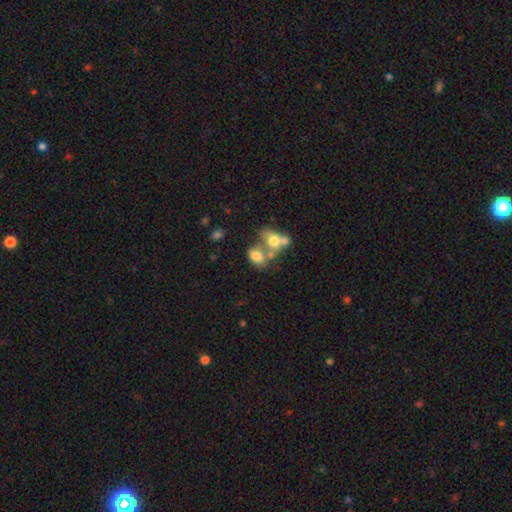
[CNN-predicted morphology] Overall: smooth (67%). How rounded: in between (66%; round 32%). Merging: merger (60%; none 22%).